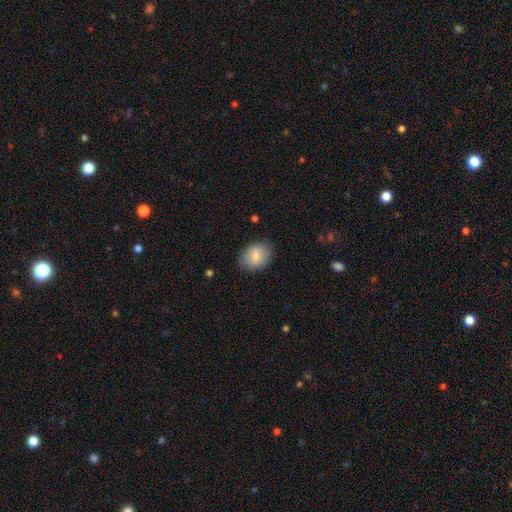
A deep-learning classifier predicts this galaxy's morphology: Smooth or featured? Predicted: smooth (p=0.73). How rounded? Predicted: in between (p=0.71). Merging? Predicted: none (p=0.80).